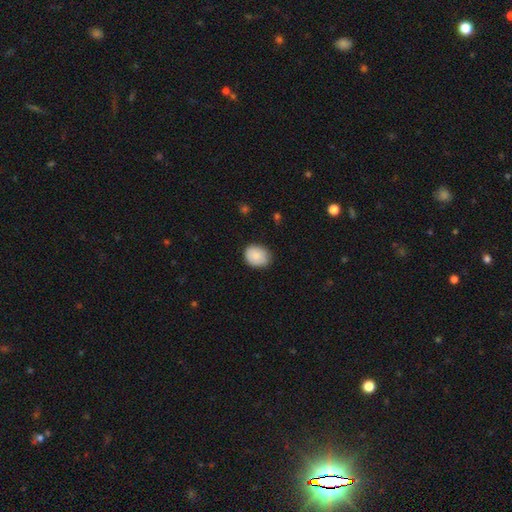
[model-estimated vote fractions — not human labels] Overall: smooth (86%). How rounded: round (52%; in between 47%). Merging: none (76%).